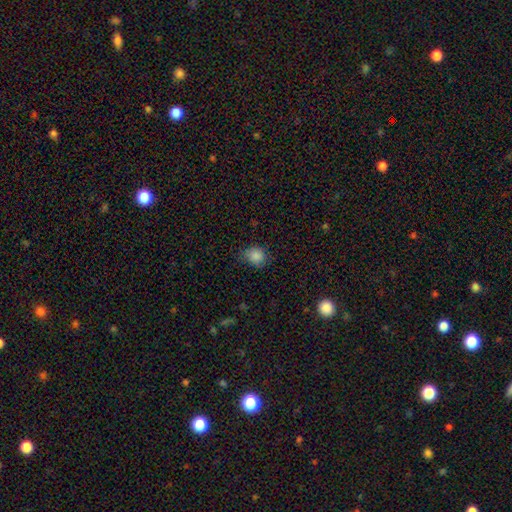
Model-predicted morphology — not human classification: Smooth or featured: smooth — 85% (star or artifact — 10%)
How rounded: round — 68% (in between — 32%)
Merging: none — 70% (minor disturbance — 23%)